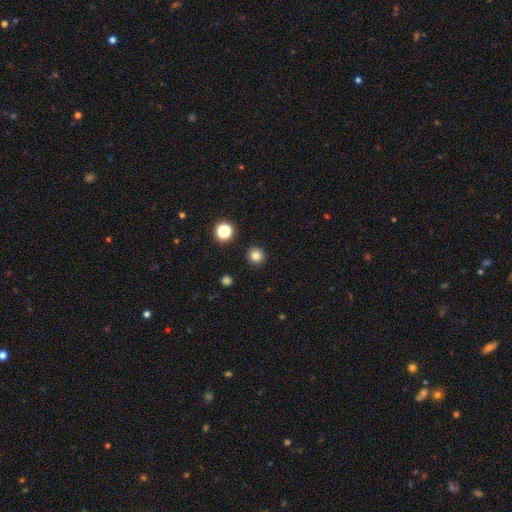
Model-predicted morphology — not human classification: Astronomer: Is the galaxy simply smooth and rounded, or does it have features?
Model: smooth — 82%.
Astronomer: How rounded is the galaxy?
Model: round — 94%.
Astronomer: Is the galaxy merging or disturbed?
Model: none — 92%.